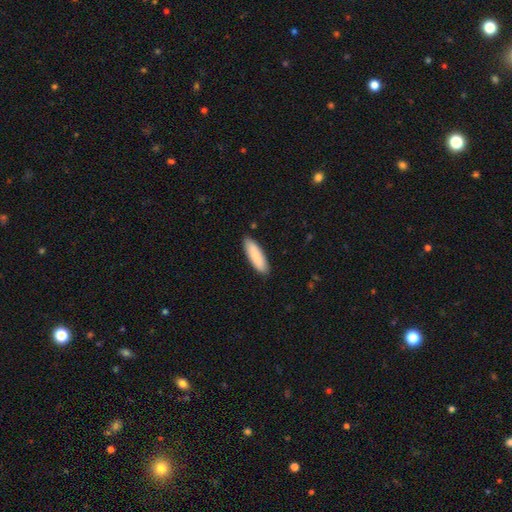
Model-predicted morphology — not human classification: Q: Smooth or featured?
A: smooth (87%); runner-up: featured or disk (7%)
Q: How rounded?
A: cigar-shaped (52%); runner-up: in between (47%)
Q: Merging?
A: none (89%); runner-up: minor disturbance (9%)